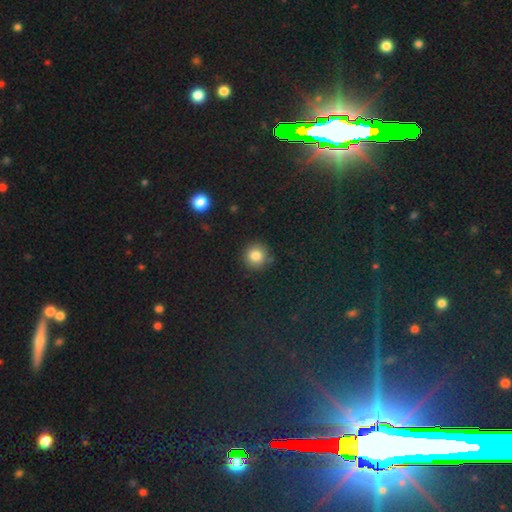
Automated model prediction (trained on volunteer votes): A smooth galaxy with no disk features (83%) that is round (93%).

Vote fractions:
- Smooth or featured? smooth: 83% / star or artifact: 12% / featured or disk: 6%
- How rounded? round: 93% / in between: 6% / cigar-shaped: 1%
- Merging? none: 87% / minor disturbance: 8% / major disturbance: 3% / merger: 3%